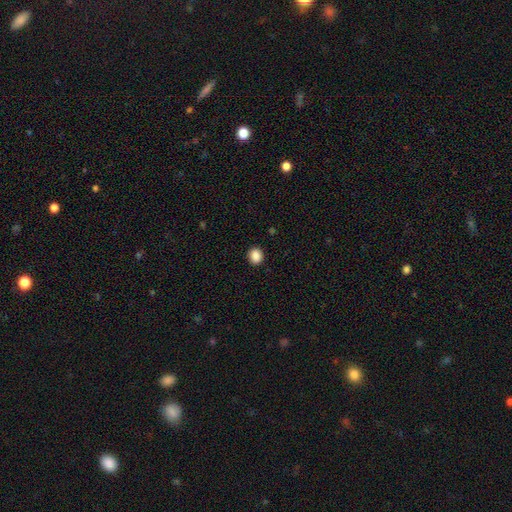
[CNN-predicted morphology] The model was most divided on "how rounded": round: 74%, in between: 26%, cigar-shaped: 1%. More confident: merging — none (91%); smooth or featured — smooth (88%).